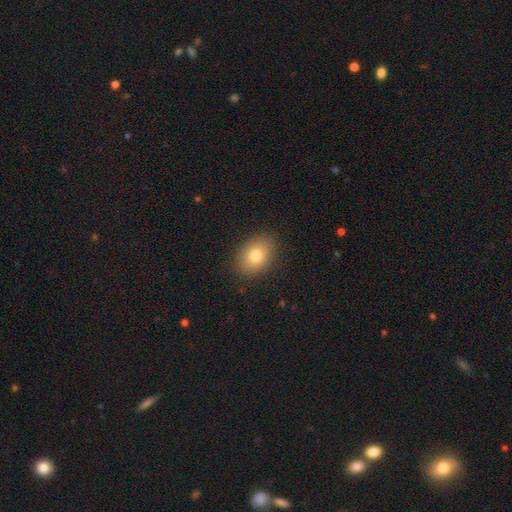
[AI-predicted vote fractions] smooth-or-featured: smooth: 77% | featured or disk: 13% | star or artifact: 11%
  how-rounded: in between: 74% | round: 25% | cigar-shaped: 1%
  merging: none: 87% | minor disturbance: 9% | major disturbance: 3% | merger: 1%